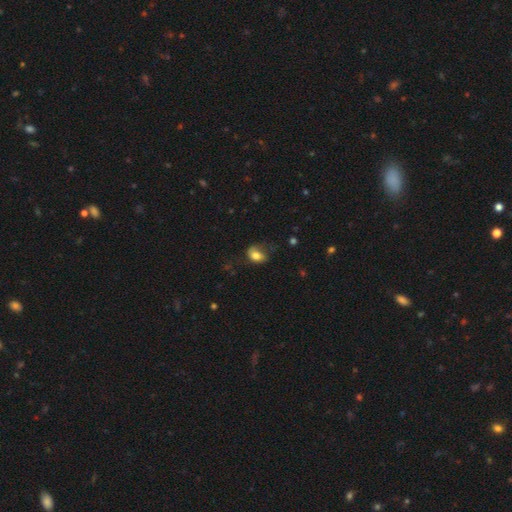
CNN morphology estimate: A smooth galaxy with no disk features (74%) that is in between round and cigar-shaped (77%).

Vote fractions:
- Smooth or featured? smooth: 74% / featured or disk: 17% / star or artifact: 9%
- How rounded? in between: 77% / round: 22% / cigar-shaped: 1%
- Merging? none: 40% / minor disturbance: 33% / major disturbance: 25% / merger: 2%